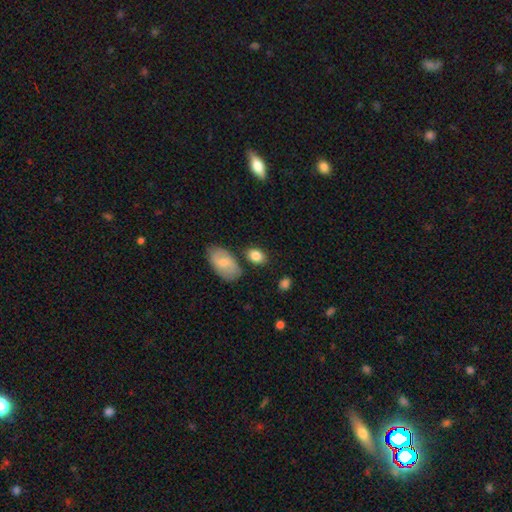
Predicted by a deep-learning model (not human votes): Overall: smooth (84%). How rounded: in between (77%). Merging: none (73%).